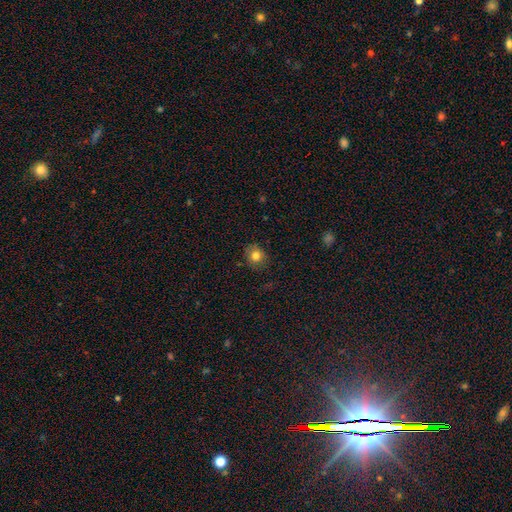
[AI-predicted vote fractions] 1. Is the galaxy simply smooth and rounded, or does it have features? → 78% smooth, 12% star or artifact, 10% featured or disk.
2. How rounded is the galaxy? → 70% round, 29% in between, 1% cigar-shaped.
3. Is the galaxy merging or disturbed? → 80% none, 15% minor disturbance, 4% major disturbance, 1% merger.